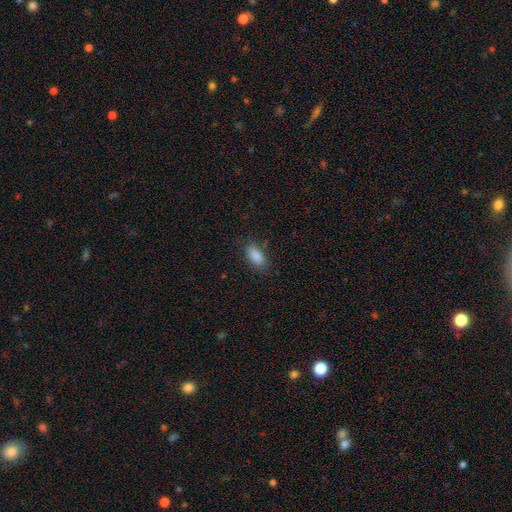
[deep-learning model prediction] A smooth galaxy with no disk features (88%) that is in between round and cigar-shaped (90%).

Vote fractions:
- Smooth or featured? smooth: 88% / star or artifact: 8% / featured or disk: 5%
- How rounded? in between: 90% / cigar-shaped: 6% / round: 4%
- Merging? none: 83% / minor disturbance: 12% / major disturbance: 3% / merger: 1%